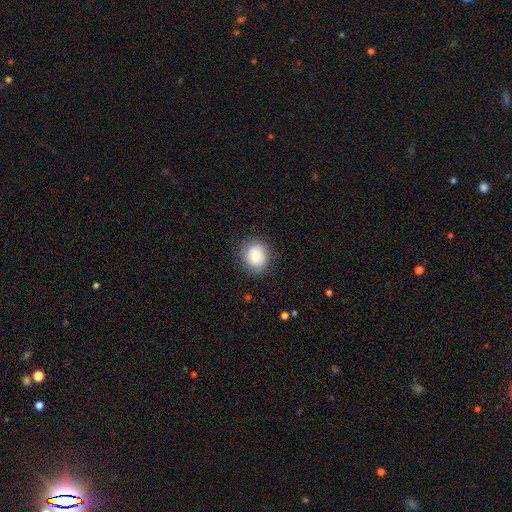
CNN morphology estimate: type=smooth (73%); roundness=round (78%); merging=none (79%).